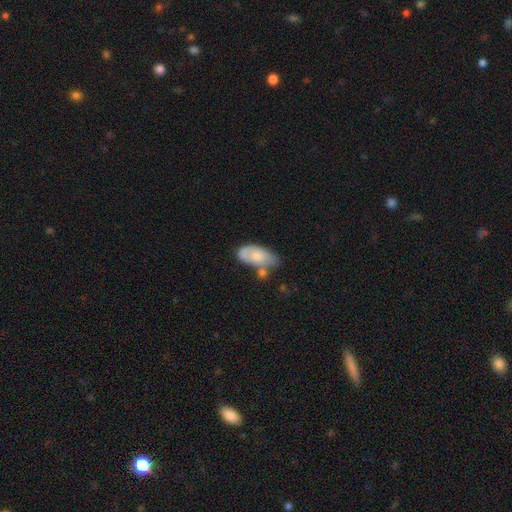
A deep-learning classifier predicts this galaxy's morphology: A smooth galaxy with no disk features (66%) that is in between round and cigar-shaped (91%).

Vote fractions:
- Smooth or featured? smooth: 66% / featured or disk: 28% / star or artifact: 6%
- How rounded? in between: 91% / cigar-shaped: 5% / round: 4%
- Merging? none: 37% / minor disturbance: 29% / merger: 22% / major disturbance: 12%